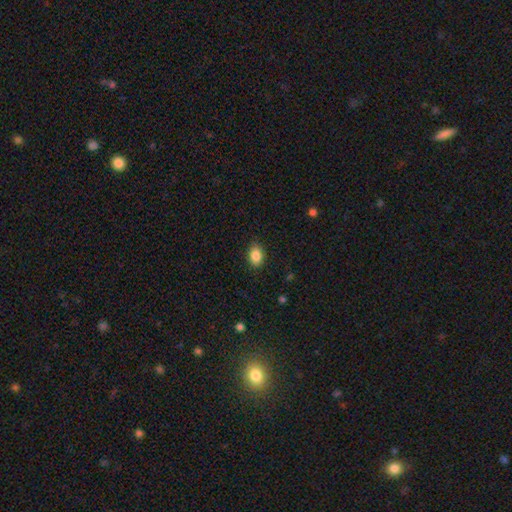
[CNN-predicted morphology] Overall: smooth (86%). How rounded: in between (76%). Merging: none (87%).